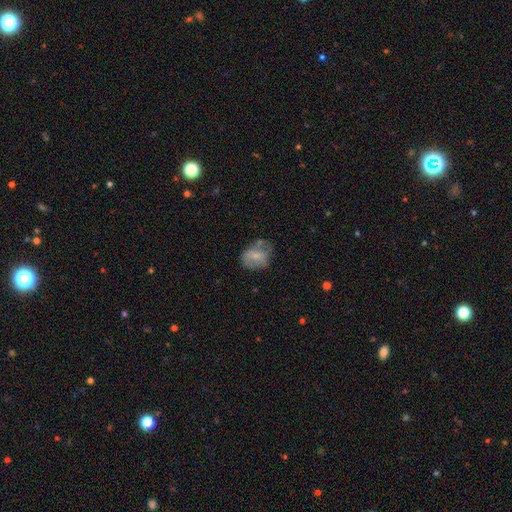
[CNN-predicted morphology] type=smooth (56%); roundness=in between (58%); merging=none (46%).